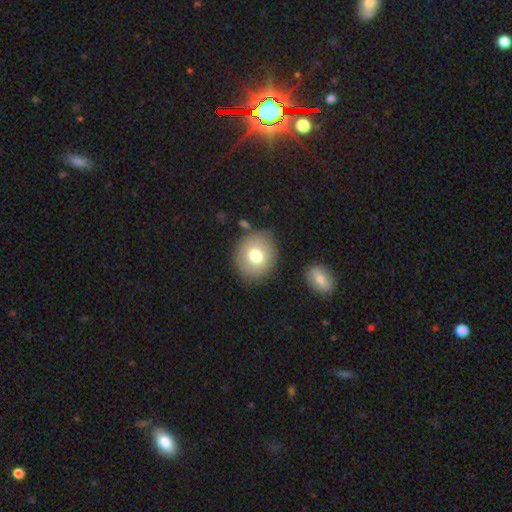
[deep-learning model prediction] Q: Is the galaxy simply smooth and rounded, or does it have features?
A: smooth — 74%.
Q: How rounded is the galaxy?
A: round — 80%.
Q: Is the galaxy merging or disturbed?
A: none — 82%.